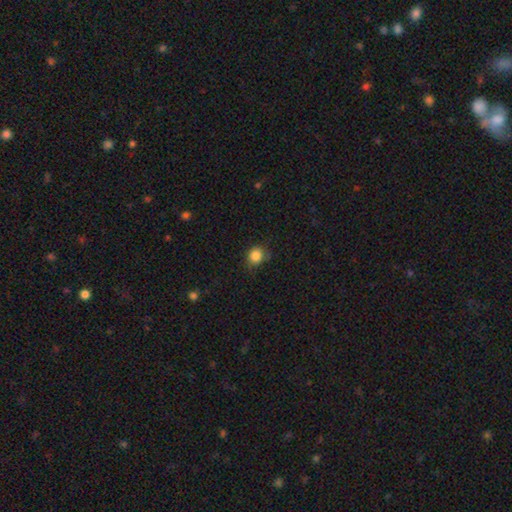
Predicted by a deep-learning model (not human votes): smooth-or-featured: smooth: 84% | star or artifact: 11% | featured or disk: 5%
  how-rounded: round: 81% | in between: 18% | cigar-shaped: 1%
  merging: none: 72% | minor disturbance: 22% | major disturbance: 5% | merger: 1%